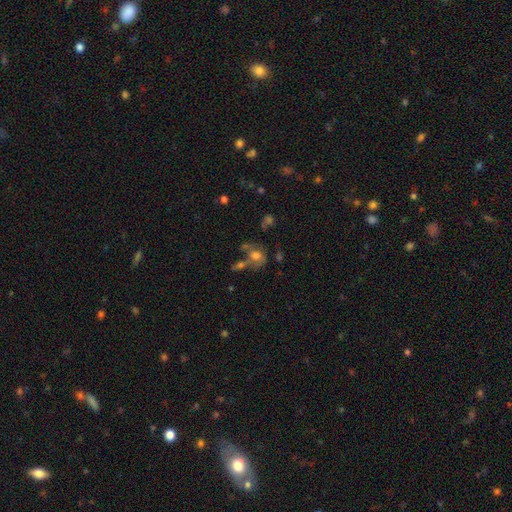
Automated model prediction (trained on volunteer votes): smooth_or_featured: smooth (p=0.59) [alt: featured or disk p=0.28]
how_rounded: round (p=0.52) [alt: in between p=0.46]
merging: merger (p=0.35) [alt: none p=0.34]